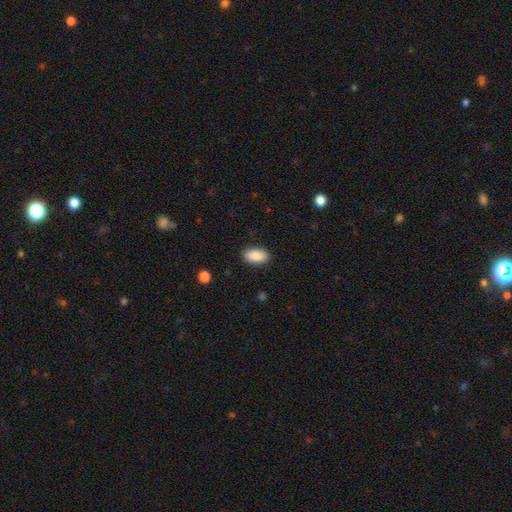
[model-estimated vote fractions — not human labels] Morphology: type=smooth (90%); roundness=in between (94%); merging=none (88%).